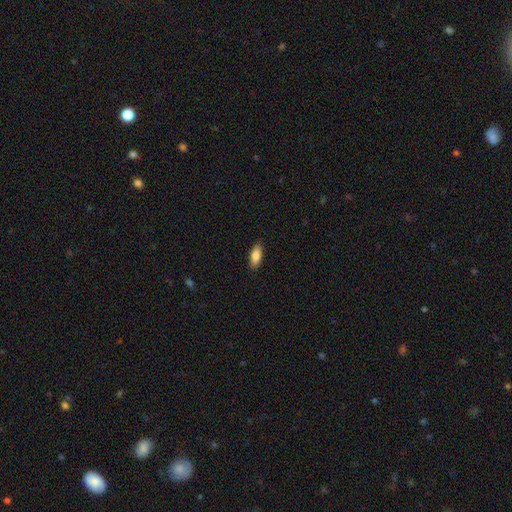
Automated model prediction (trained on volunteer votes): The model was most divided on "how rounded": in between: 80%, cigar-shaped: 17%, round: 2%. More confident: merging — none (88%); smooth or featured — smooth (84%).